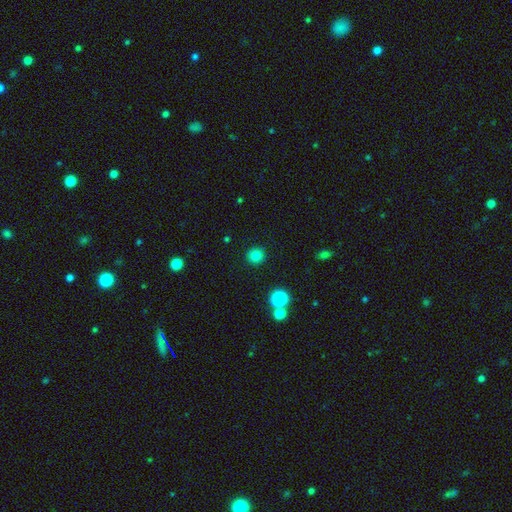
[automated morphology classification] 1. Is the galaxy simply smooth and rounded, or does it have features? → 82% smooth, 13% star or artifact, 5% featured or disk.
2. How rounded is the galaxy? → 92% round, 7% in between, 1% cigar-shaped.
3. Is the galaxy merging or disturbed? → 90% none, 5% minor disturbance, 2% merger, 2% major disturbance.